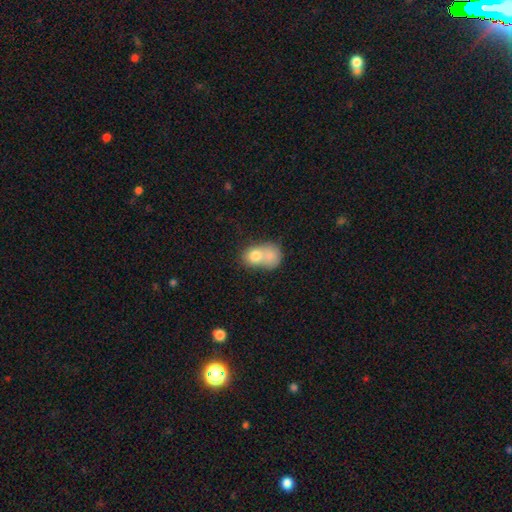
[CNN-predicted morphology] smooth_or_featured: smooth (p=0.74) [alt: featured or disk p=0.17]
how_rounded: round (p=0.53) [alt: in between p=0.46]
merging: merger (p=0.72) [alt: none p=0.17]